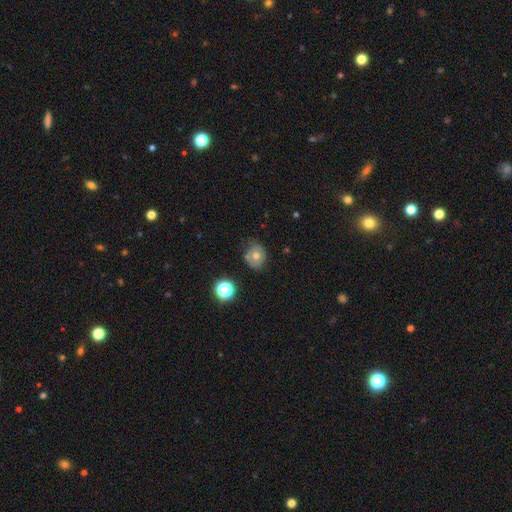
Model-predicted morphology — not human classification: Smooth or featured? smooth (61%)
How rounded? round (68%)
Merging? none (68%)